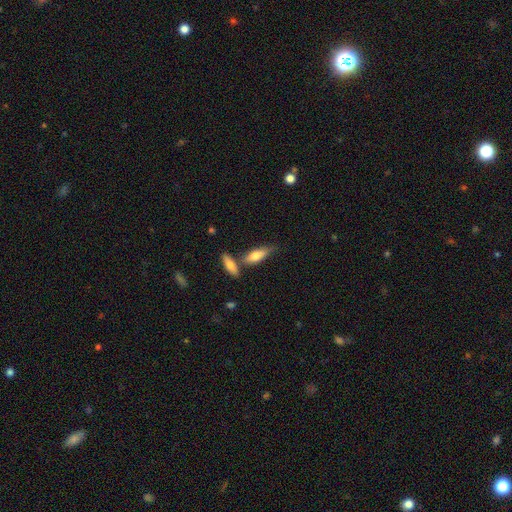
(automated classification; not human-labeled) A smooth galaxy with no disk features (68%) that is in between round and cigar-shaped (58%).

Vote fractions:
- Smooth or featured? smooth: 68% / featured or disk: 26% / star or artifact: 6%
- How rounded? in between: 58% / cigar-shaped: 40% / round: 2%
- Merging? none: 55% / merger: 25% / minor disturbance: 16% / major disturbance: 4%